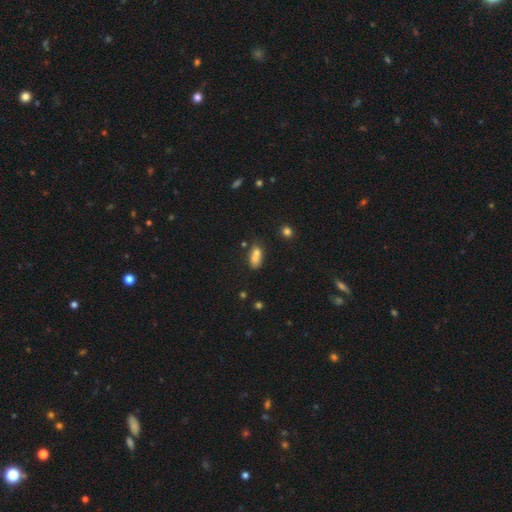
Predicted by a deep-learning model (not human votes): Overall: smooth (73%). How rounded: in between (80%). Merging: none (40%; merger 37%).